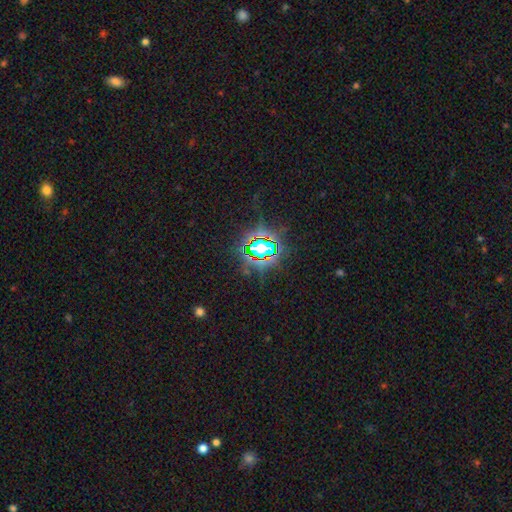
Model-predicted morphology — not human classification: A star or artifact, not a galaxy (81%).